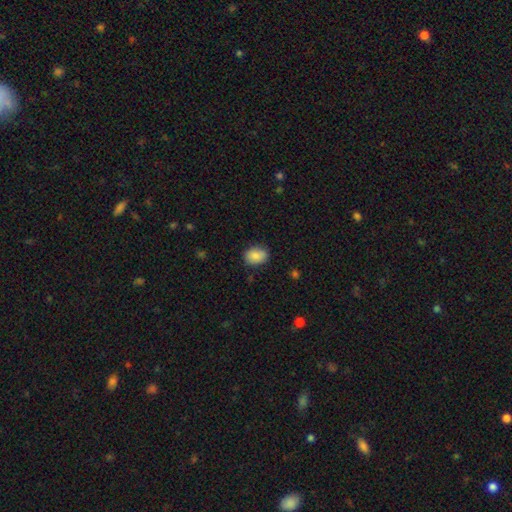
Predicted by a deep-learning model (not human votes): Smooth or featured?
  - smooth: 87% *
  - star or artifact: 7%
  - featured or disk: 6%
How rounded?
  - in between: 76% *
  - round: 23%
  - cigar-shaped: 1%
Merging?
  - none: 82% *
  - minor disturbance: 14%
  - major disturbance: 3%
  - merger: 1%